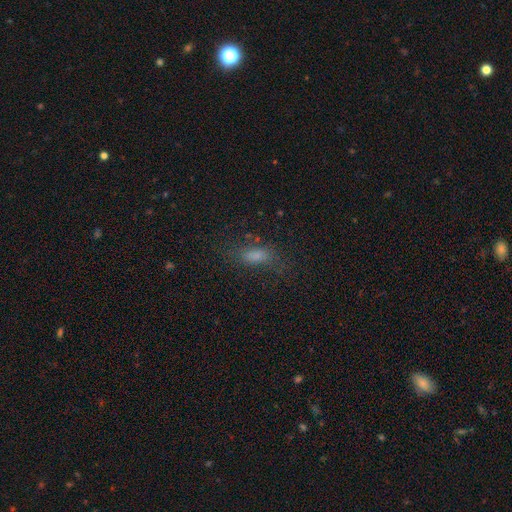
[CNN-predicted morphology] This is likely a smooth galaxy (72%). How rounded: likely in between (72%). Merging: likely none (67%).